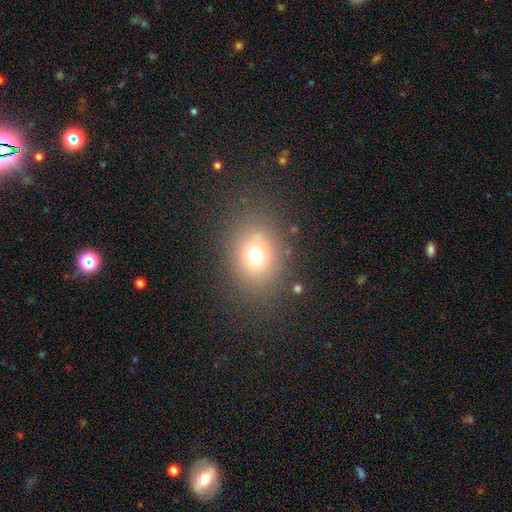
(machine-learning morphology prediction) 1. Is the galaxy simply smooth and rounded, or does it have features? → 69% smooth, 20% star or artifact, 11% featured or disk.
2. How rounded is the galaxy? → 63% round, 36% in between, 1% cigar-shaped.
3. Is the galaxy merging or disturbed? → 82% none, 9% minor disturbance, 7% major disturbance, 2% merger.